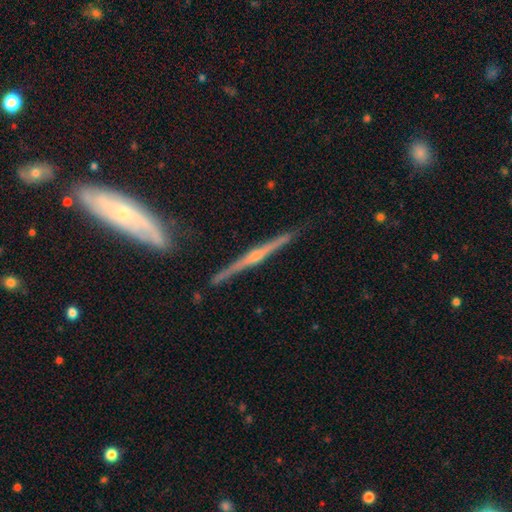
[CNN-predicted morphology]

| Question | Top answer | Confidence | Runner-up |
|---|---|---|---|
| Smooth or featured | featured or disk | 84% | smooth (10%) |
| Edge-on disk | yes | 97% | no (3%) |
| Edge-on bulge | rounded | 81% | none (12%) |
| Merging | none | 84% | minor disturbance (11%) |